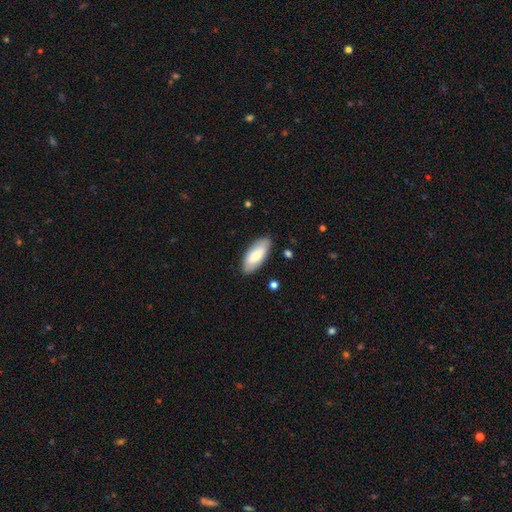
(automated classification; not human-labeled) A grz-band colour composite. It shows a smooth galaxy with no disk features (74%) that is in between round and cigar-shaped (86%). Merging: none (85%).